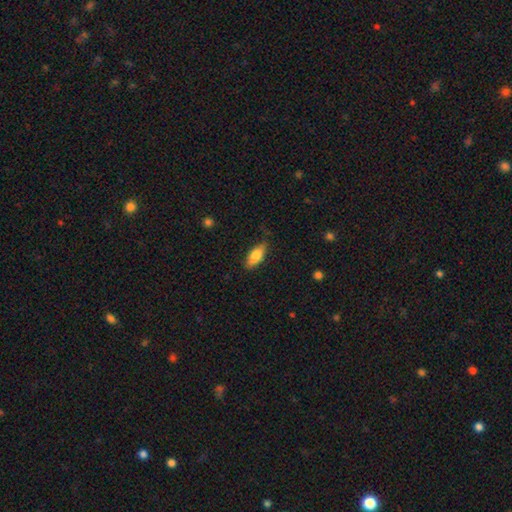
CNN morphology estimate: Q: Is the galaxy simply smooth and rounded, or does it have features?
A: smooth — 76%.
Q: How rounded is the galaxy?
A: in between — 76%.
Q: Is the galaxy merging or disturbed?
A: none — 82%.